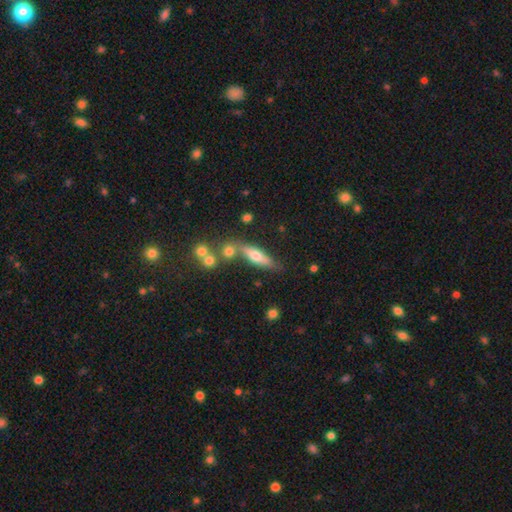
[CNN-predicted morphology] Smooth or featured?
  - smooth: 58% *
  - featured or disk: 34%
  - star or artifact: 8%
How rounded?
  - cigar-shaped: 56% *
  - in between: 41%
  - round: 4%
Merging?
  - none: 62% *
  - merger: 18%
  - minor disturbance: 15%
  - major disturbance: 5%